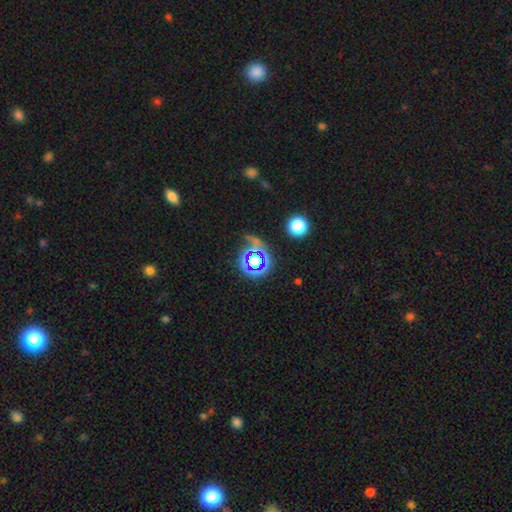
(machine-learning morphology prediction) A star or artifact, not a galaxy (67%).